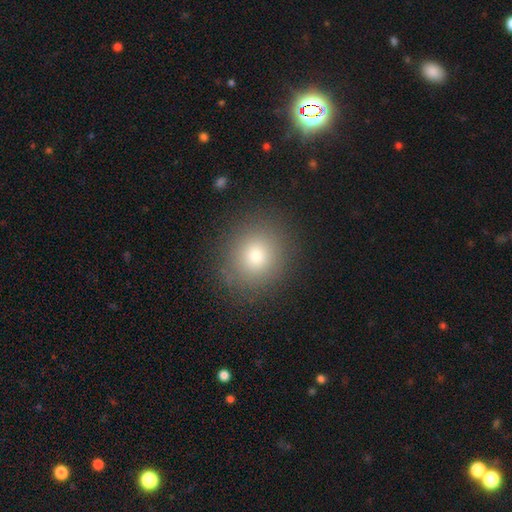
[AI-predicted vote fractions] smooth 73%, star or artifact 15%, featured or disk 11%. Down the decision tree: how rounded — round (82%); merging — none (87%).